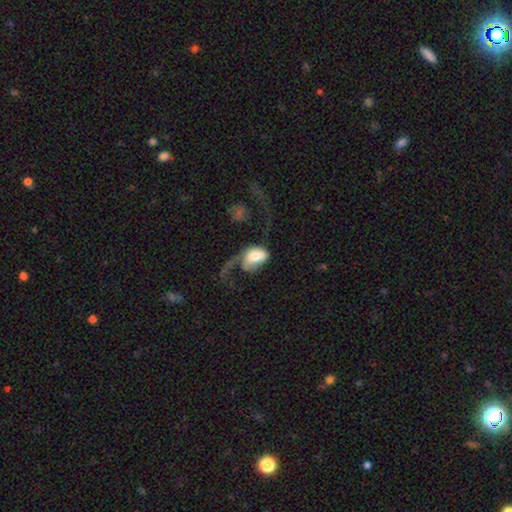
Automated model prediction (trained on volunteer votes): Morphology: type=smooth (54%); roundness=in between (82%); merging=major disturbance (64%).